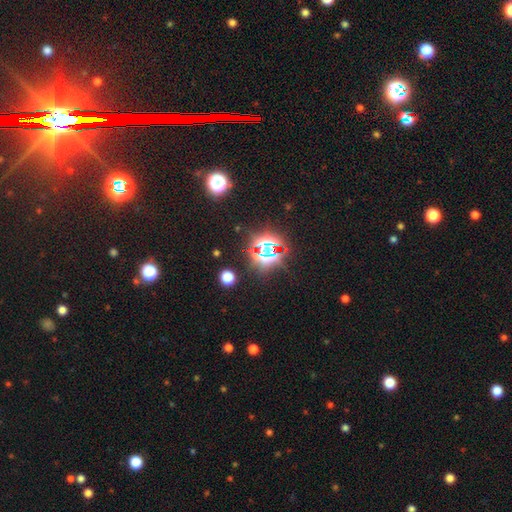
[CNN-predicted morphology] Overall: star or artifact (79%).